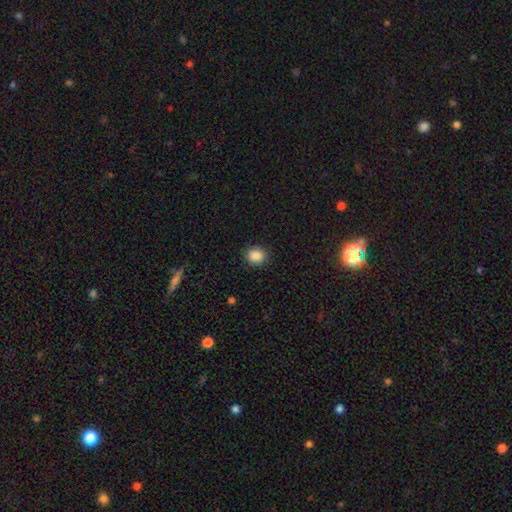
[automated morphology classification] This is clearly a smooth galaxy (88%). How rounded: likely round (70%). Merging: clearly none (87%).